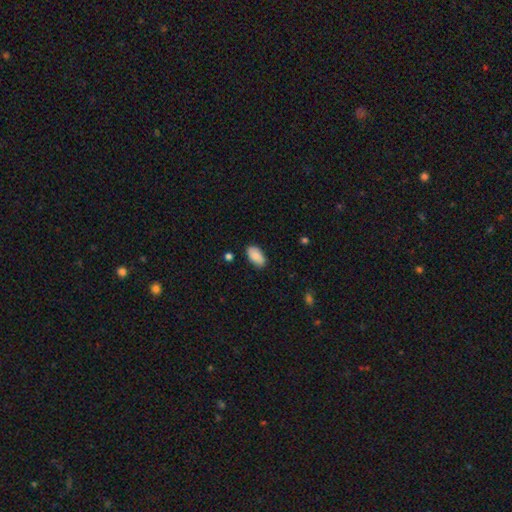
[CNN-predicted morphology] This is clearly a smooth galaxy (86%). How rounded: clearly in between (95%). Merging: clearly none (85%).